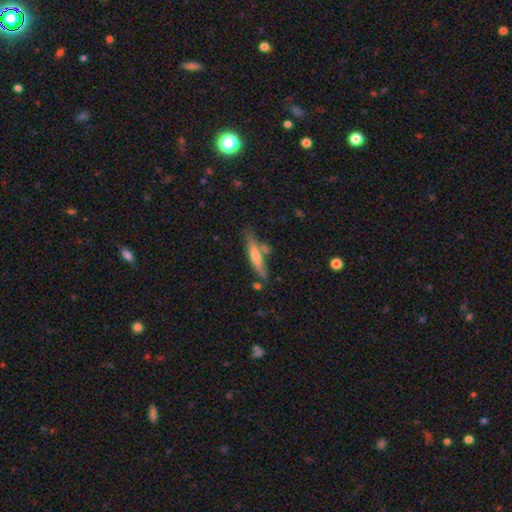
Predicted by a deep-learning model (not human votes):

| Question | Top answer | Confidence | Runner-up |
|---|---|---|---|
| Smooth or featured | featured or disk | 48% | smooth (45%) |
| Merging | none | 70% | minor disturbance (15%) |